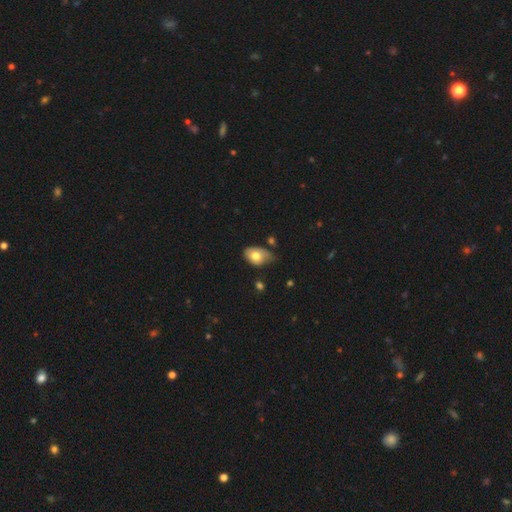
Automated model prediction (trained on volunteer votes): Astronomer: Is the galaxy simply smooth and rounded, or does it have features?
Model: smooth — 72%.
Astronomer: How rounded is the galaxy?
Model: in between — 82%.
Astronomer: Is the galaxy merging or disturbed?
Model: minor disturbance — 45% (runner-up: none, 36%).